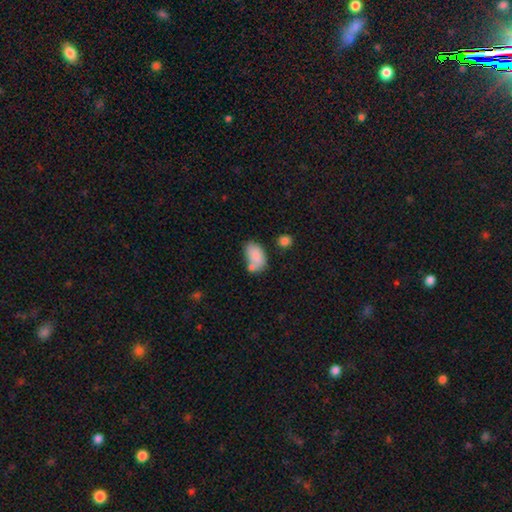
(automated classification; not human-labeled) smooth-or-featured: smooth: 82% | featured or disk: 10% | star or artifact: 8%
  how-rounded: in between: 90% | round: 8% | cigar-shaped: 2%
  merging: none: 44% | merger: 27% | minor disturbance: 21% | major disturbance: 8%